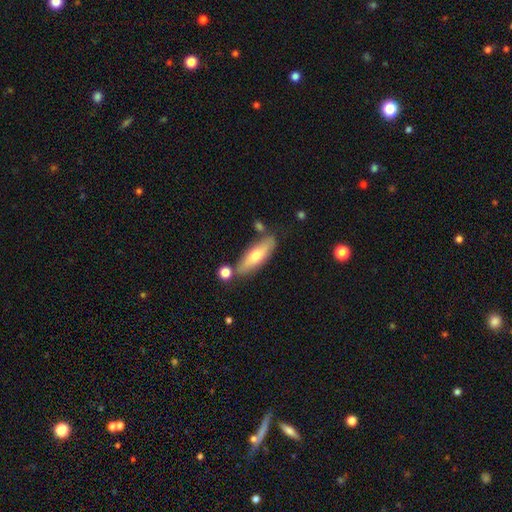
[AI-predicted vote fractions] The model was most divided on "how rounded": cigar-shaped: 51%, in between: 46%, round: 2%. More confident: merging — none (75%); smooth or featured — smooth (57%).